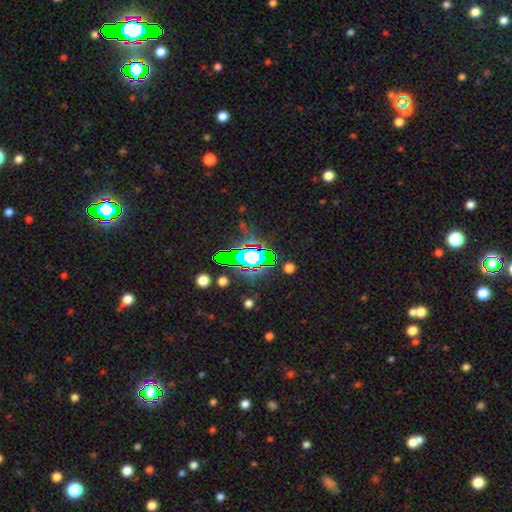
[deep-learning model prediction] This appears to be a star or artifact, not a galaxy (63%).